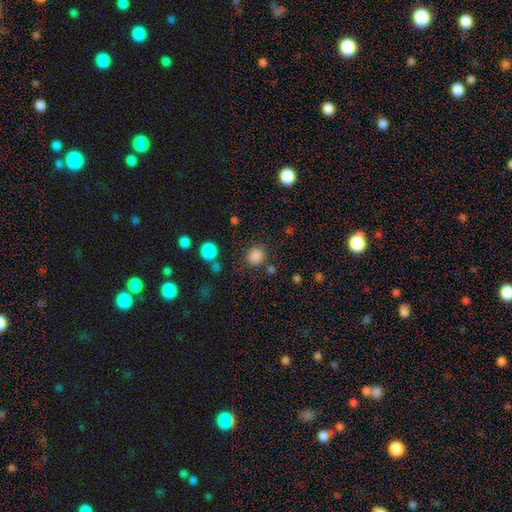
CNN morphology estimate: This is clearly a smooth galaxy (84%). How rounded: clearly round (80%). Merging: clearly none (80%).